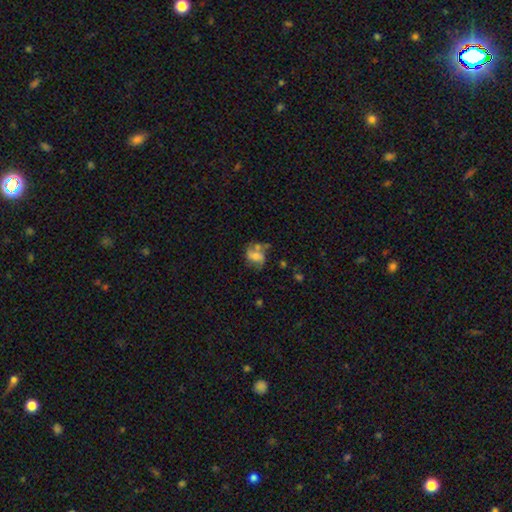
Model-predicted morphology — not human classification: This is possibly a smooth galaxy (46%). Merging: marginally none (43%).